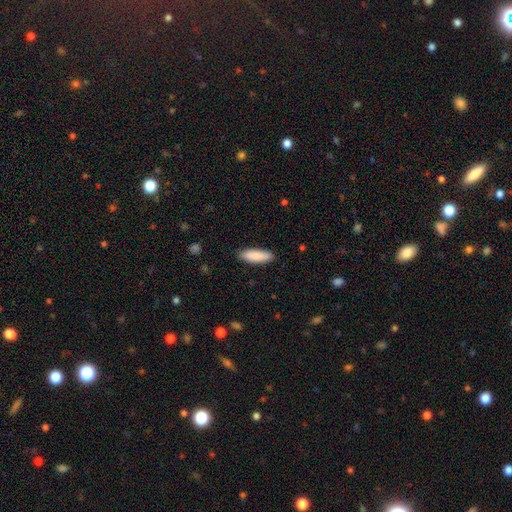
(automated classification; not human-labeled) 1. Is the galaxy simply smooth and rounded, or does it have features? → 88% smooth, 7% featured or disk, 6% star or artifact.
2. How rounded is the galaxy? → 51% in between, 48% cigar-shaped, 1% round.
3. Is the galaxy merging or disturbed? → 88% none, 9% minor disturbance, 2% major disturbance, 1% merger.